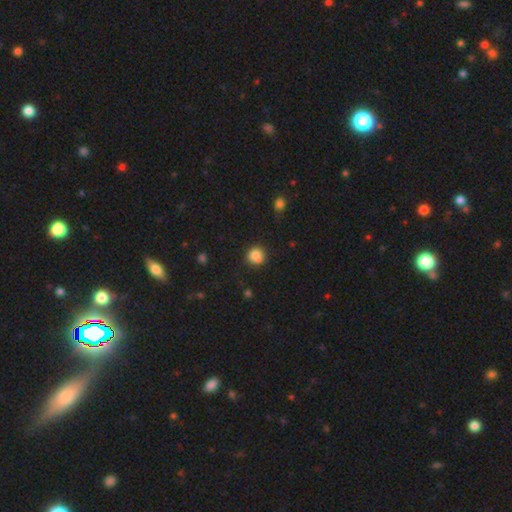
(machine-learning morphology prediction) Smooth or featured? Predicted: smooth (p=0.83). How rounded? Predicted: round (p=0.88). Merging? Predicted: none (p=0.73).